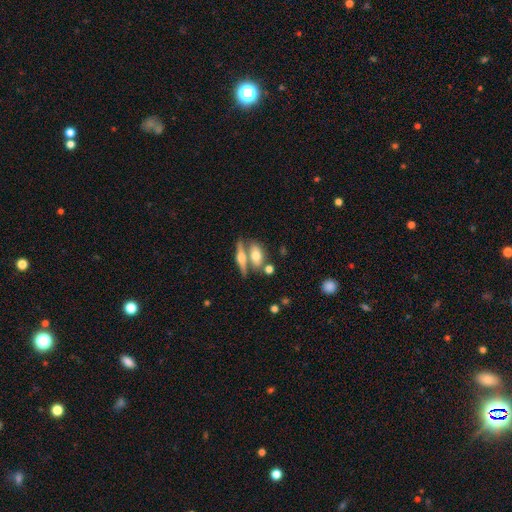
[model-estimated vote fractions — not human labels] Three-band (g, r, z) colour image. It shows a smooth galaxy with no disk features (54%) that is in between round and cigar-shaped (71%). Merging: none (49%).